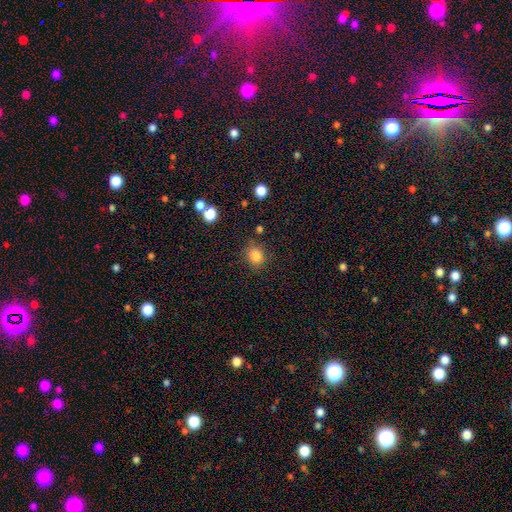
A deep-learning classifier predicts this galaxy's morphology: smooth_or_featured: smooth (p=0.83) [alt: star or artifact p=0.11]
how_rounded: round (p=0.71) [alt: in between p=0.28]
merging: none (p=0.79) [alt: minor disturbance p=0.14]